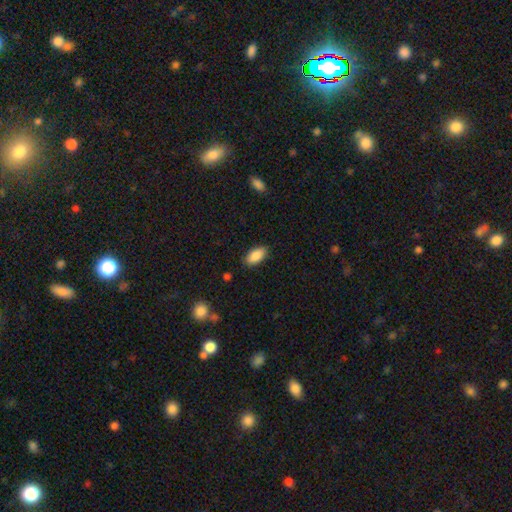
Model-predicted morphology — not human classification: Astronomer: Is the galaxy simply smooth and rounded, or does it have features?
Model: smooth — 88%.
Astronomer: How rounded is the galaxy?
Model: in between — 92%.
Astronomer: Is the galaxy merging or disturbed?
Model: none — 86%.